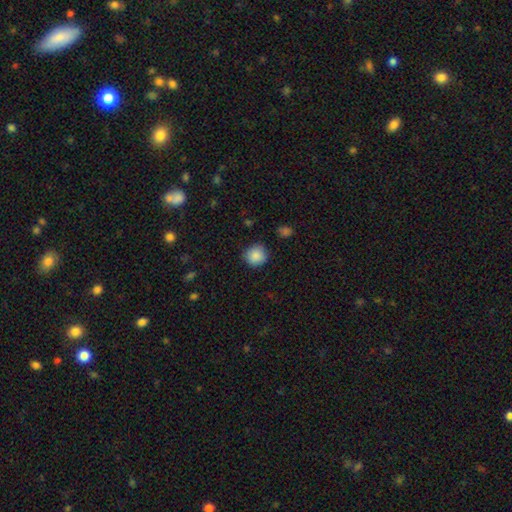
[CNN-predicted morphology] smooth 87%, star or artifact 9%, featured or disk 4%. Down the decision tree: how rounded — round (90%); merging — none (85%).